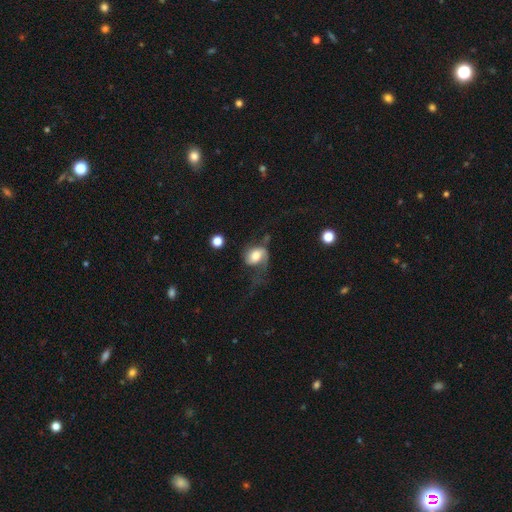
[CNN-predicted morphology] A featured or disk galaxy (46%).

Vote fractions:
- Smooth or featured? featured or disk: 46% / smooth: 45% / star or artifact: 8%
- Merging? major disturbance: 49% / none: 26% / minor disturbance: 19% / merger: 5%